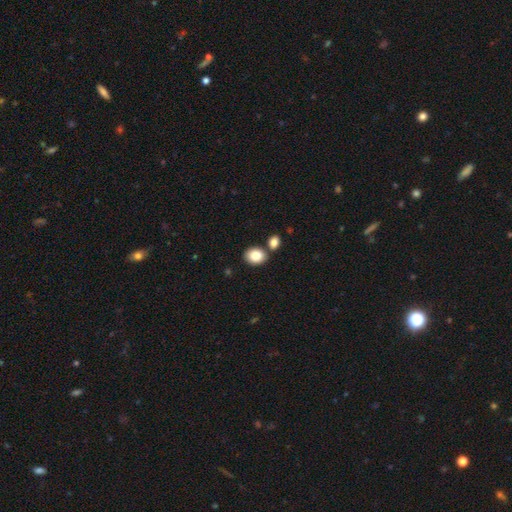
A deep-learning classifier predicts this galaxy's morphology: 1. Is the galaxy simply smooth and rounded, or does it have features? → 85% smooth, 8% star or artifact, 7% featured or disk.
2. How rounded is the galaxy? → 57% in between, 42% round, 1% cigar-shaped.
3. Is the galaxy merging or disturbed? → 71% none, 16% merger, 10% minor disturbance, 3% major disturbance.